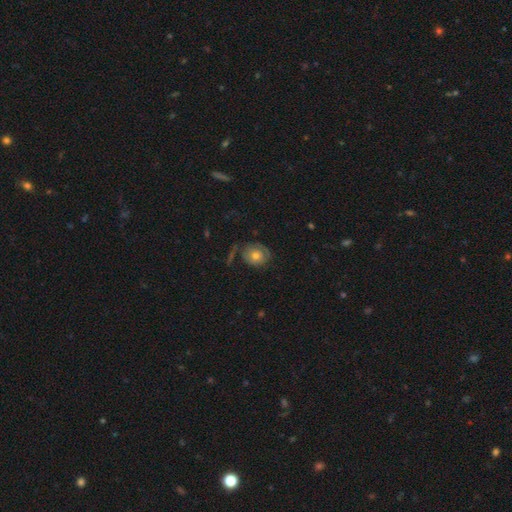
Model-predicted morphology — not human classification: Smooth or featured?
  - smooth: 56% *
  - featured or disk: 35%
  - star or artifact: 9%
How rounded?
  - round: 71% *
  - in between: 28%
  - cigar-shaped: 1%
Merging?
  - none: 66% *
  - minor disturbance: 21%
  - major disturbance: 9%
  - merger: 4%